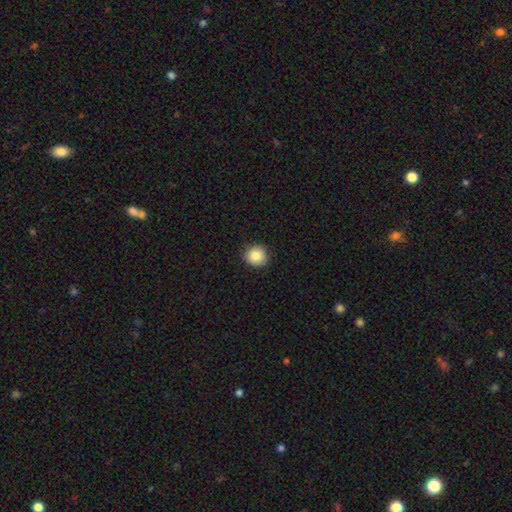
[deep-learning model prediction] A smooth galaxy with no disk features (87%) that is round (90%). Merging: none (90%).